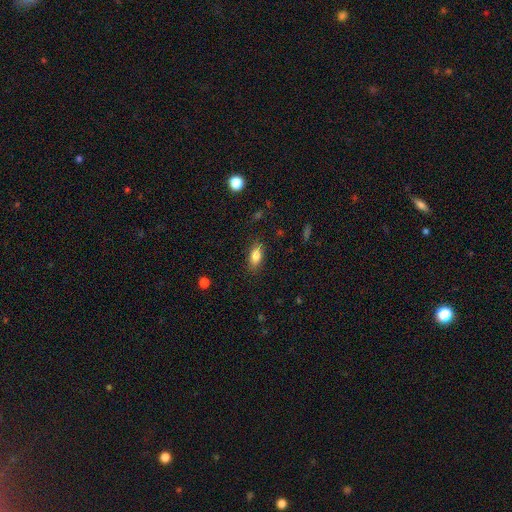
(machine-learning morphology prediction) smooth_or_featured: smooth (p=0.81) [alt: featured or disk p=0.11]
how_rounded: in between (p=0.82) [alt: cigar-shaped p=0.13]
merging: none (p=0.85) [alt: minor disturbance p=0.11]